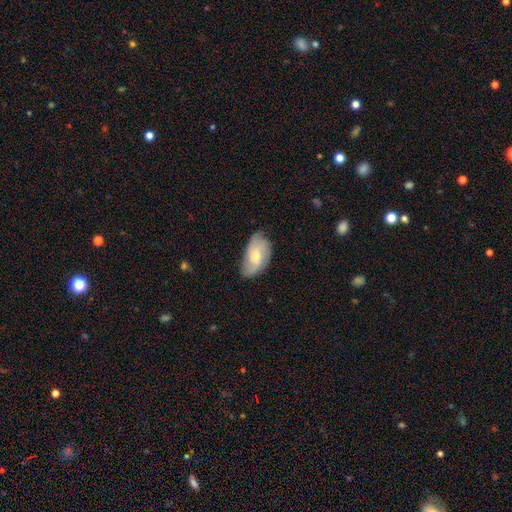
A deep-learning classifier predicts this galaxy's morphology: The model was most divided on "bulge size": moderate: 51%, small: 44%, large: 3%, none: 2%, dominant: 1%. More confident: edge-on disk — no (94%); spiral arms — yes (85%); merging — none (71%); bar — no (66%); smooth or featured — featured or disk (54%).